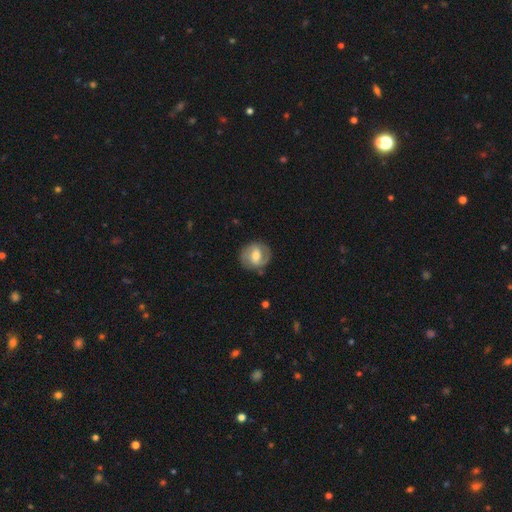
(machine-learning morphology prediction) Overall: featured or disk (63%; smooth 30%). Edge-on disk: no (97%). Bar: weak (48%; strong 30%). Spiral arms: yes (78%). Bulge size: moderate (65%). Merging: none (80%).